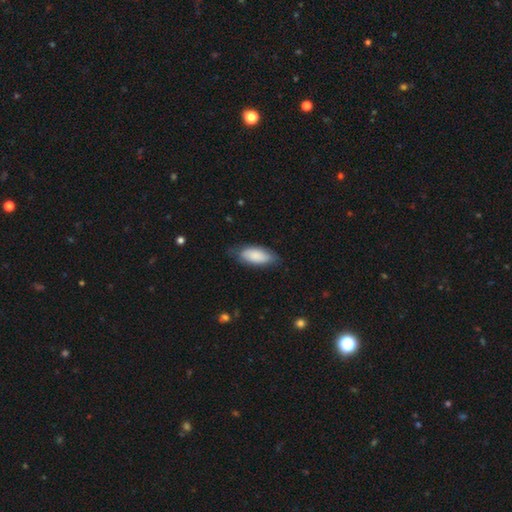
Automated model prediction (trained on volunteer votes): Smooth or featured? Predicted: smooth (p=0.84). How rounded? Predicted: in between (p=0.85). Merging? Predicted: none (p=0.71).